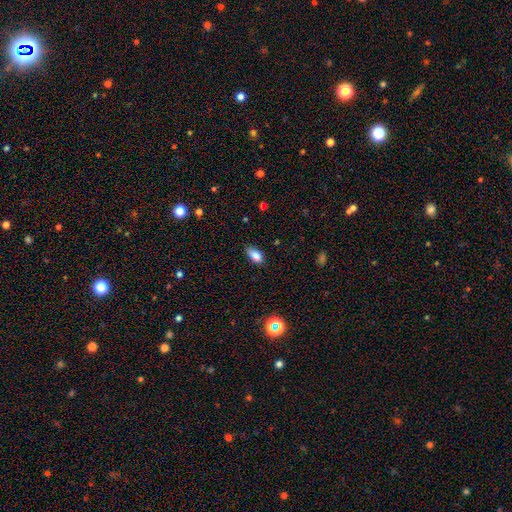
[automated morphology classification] type=smooth (83%); roundness=in between (89%); merging=none (69%).